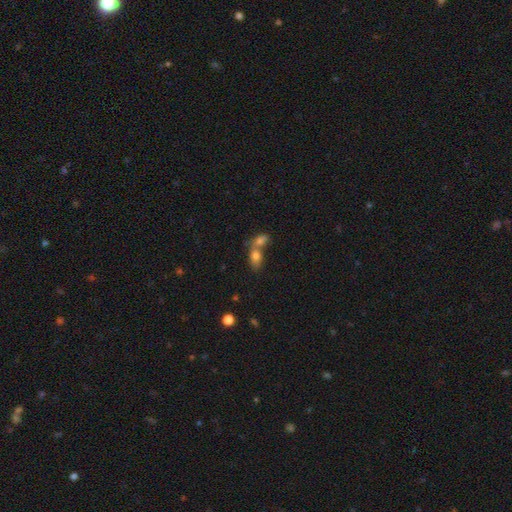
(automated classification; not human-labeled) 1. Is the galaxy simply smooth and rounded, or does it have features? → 77% smooth, 13% featured or disk, 10% star or artifact.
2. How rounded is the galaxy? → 83% in between, 13% round, 4% cigar-shaped.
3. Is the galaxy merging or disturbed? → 64% merger, 25% none, 7% minor disturbance, 4% major disturbance.